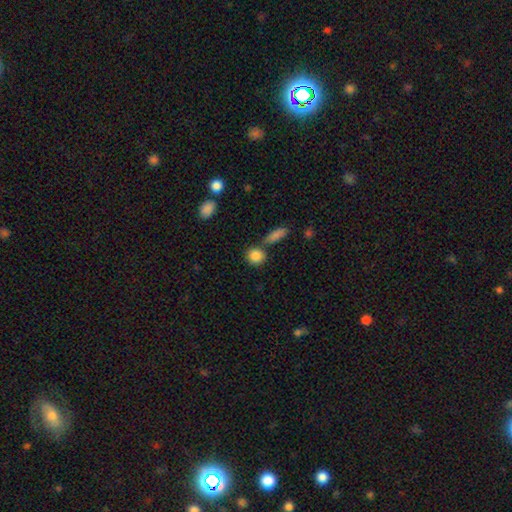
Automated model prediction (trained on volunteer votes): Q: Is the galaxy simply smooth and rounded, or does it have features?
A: smooth — 85%.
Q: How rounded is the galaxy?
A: round — 82%.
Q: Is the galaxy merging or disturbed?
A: none — 68%.